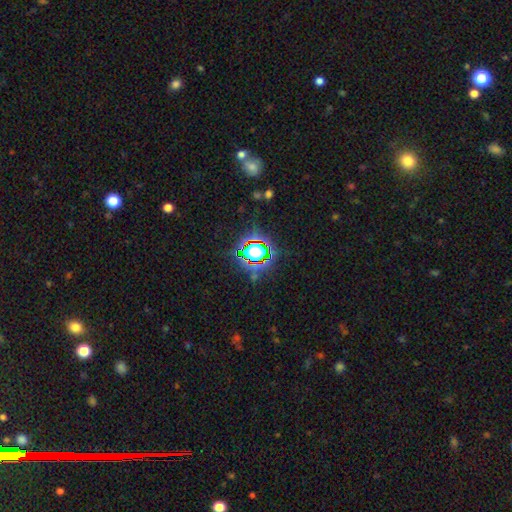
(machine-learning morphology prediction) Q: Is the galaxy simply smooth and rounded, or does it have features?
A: star or artifact — 76%.